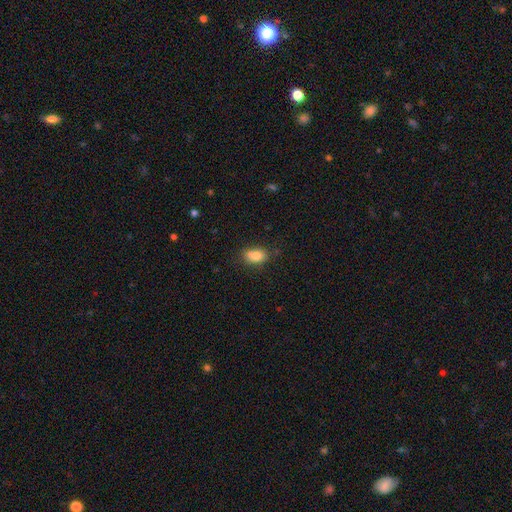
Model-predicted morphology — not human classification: A smooth galaxy with no disk features (81%) that is in between round and cigar-shaped (80%).

Vote fractions:
- Smooth or featured? smooth: 81% / featured or disk: 10% / star or artifact: 9%
- How rounded? in between: 80% / round: 18% / cigar-shaped: 2%
- Merging? none: 67% / minor disturbance: 19% / merger: 9% / major disturbance: 4%